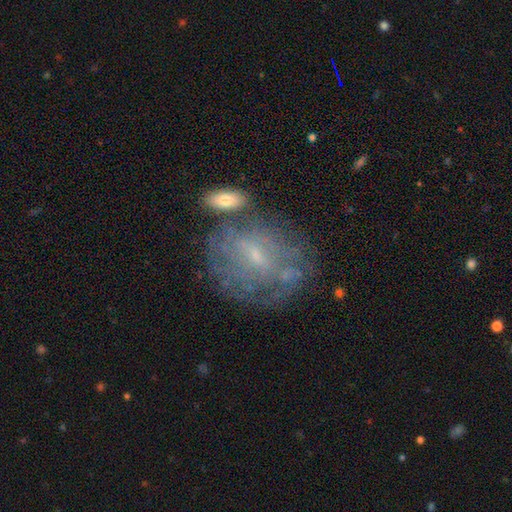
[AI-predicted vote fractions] Smooth or featured: featured or disk — 65% (smooth — 24%)
Edge-on disk: no — 95% (yes — 5%)
Bar: weak — 45% (no — 44%)
Spiral arms: yes — 56% (no — 44%)
Bulge size: small — 73% (moderate — 16%)
Merging: none — 54% (minor disturbance — 19%)